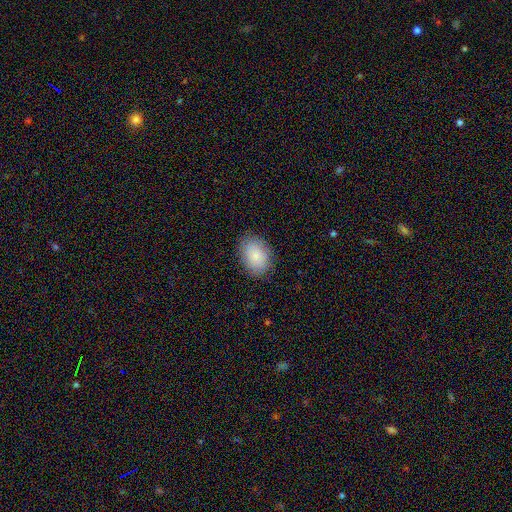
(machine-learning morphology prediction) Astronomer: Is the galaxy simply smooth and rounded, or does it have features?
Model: smooth — 85%.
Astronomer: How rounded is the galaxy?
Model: in between — 76%.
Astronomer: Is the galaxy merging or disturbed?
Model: none — 85%.